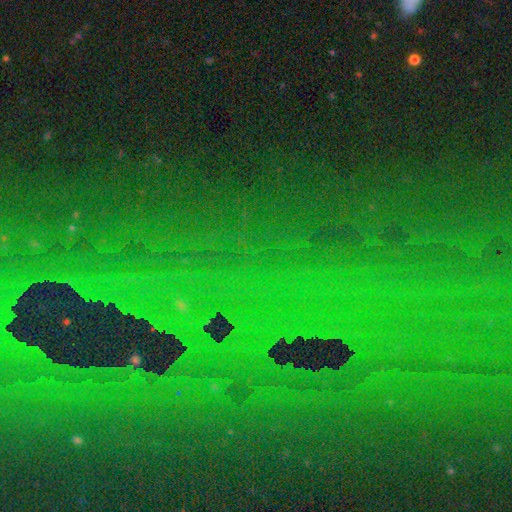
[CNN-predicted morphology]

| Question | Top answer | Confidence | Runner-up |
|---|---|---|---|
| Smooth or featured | star or artifact | 84% | smooth (8%) |